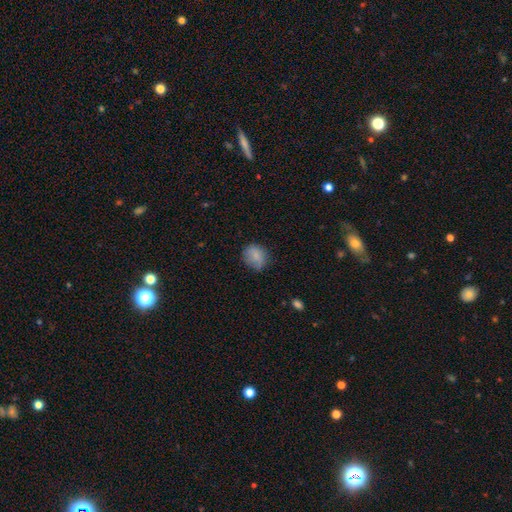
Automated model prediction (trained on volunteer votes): A smooth galaxy with no disk features (81%) that is round (63%).

Vote fractions:
- Smooth or featured? smooth: 81% / star or artifact: 10% / featured or disk: 9%
- How rounded? round: 63% / in between: 36% / cigar-shaped: 1%
- Merging? none: 68% / minor disturbance: 24% / major disturbance: 6% / merger: 1%